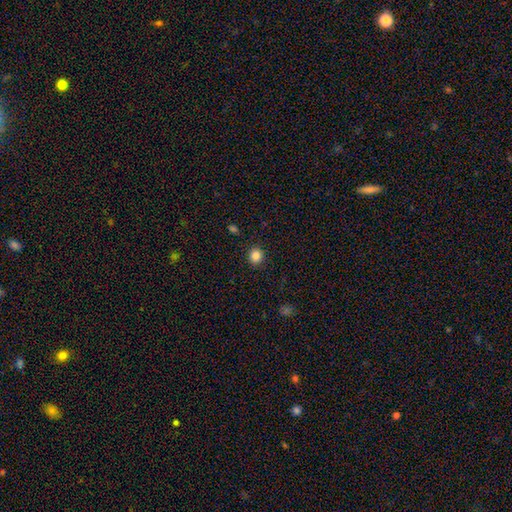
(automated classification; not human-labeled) A smooth galaxy with no disk features (85%) that is round (85%).

Vote fractions:
- Smooth or featured? smooth: 85% / star or artifact: 11% / featured or disk: 4%
- How rounded? round: 85% / in between: 14% / cigar-shaped: 1%
- Merging? none: 91% / minor disturbance: 6% / major disturbance: 2% / merger: 1%